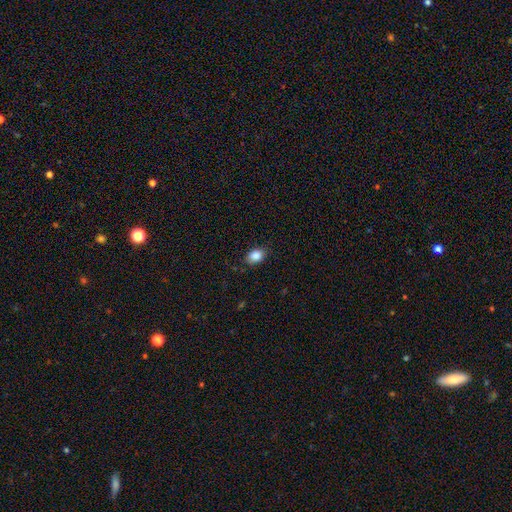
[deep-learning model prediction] A smooth galaxy with no disk features (87%) that is in between round and cigar-shaped (78%). Merging: none (84%).